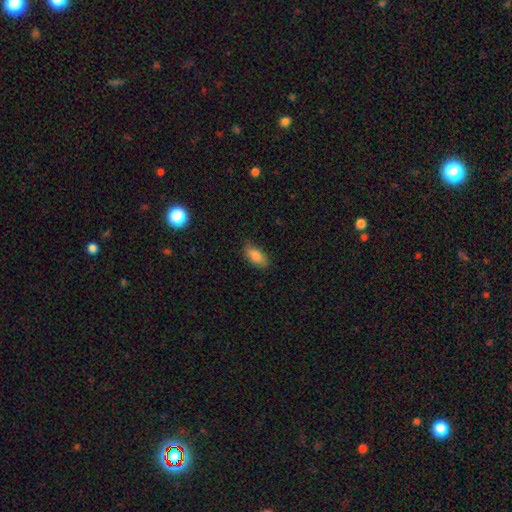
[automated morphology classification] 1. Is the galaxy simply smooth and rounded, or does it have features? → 84% smooth, 9% featured or disk, 7% star or artifact.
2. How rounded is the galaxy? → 90% in between, 8% cigar-shaped, 3% round.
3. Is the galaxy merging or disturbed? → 78% none, 18% minor disturbance, 3% major disturbance, 1% merger.